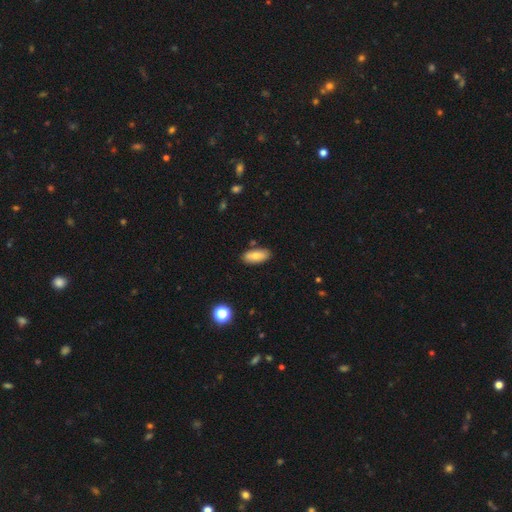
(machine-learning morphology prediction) smooth_or_featured: smooth (p=0.73) [alt: featured or disk p=0.19]
how_rounded: in between (p=0.85) [alt: cigar-shaped p=0.12]
merging: none (p=0.85) [alt: minor disturbance p=0.10]